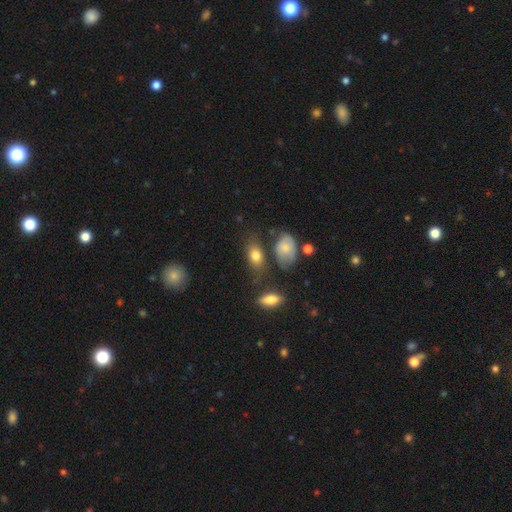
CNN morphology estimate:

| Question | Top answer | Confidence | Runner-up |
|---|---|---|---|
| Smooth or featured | smooth | 77% | featured or disk (13%) |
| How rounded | in between | 83% | round (13%) |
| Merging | none | 61% | minor disturbance (20%) |